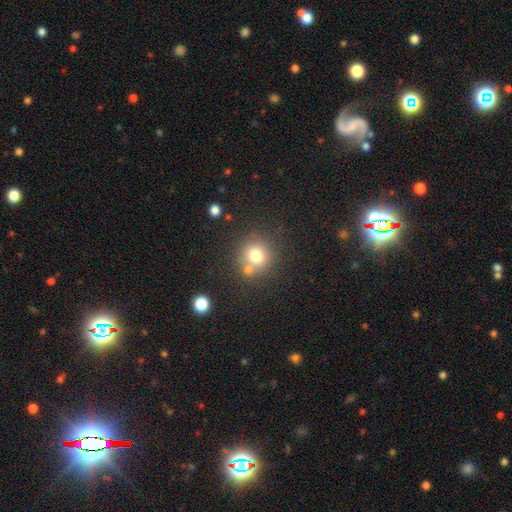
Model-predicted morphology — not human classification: Smooth or featured: smooth — 74% (star or artifact — 14%)
How rounded: round — 89% (in between — 10%)
Merging: none — 63% (merger — 24%)